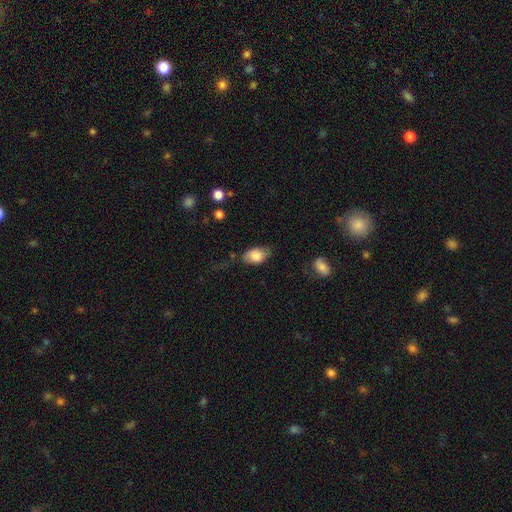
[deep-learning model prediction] Smooth or featured?
  - smooth: 78% *
  - featured or disk: 15%
  - star or artifact: 7%
How rounded?
  - in between: 89% *
  - round: 9%
  - cigar-shaped: 2%
Merging?
  - none: 63% *
  - minor disturbance: 23%
  - major disturbance: 11%
  - merger: 3%